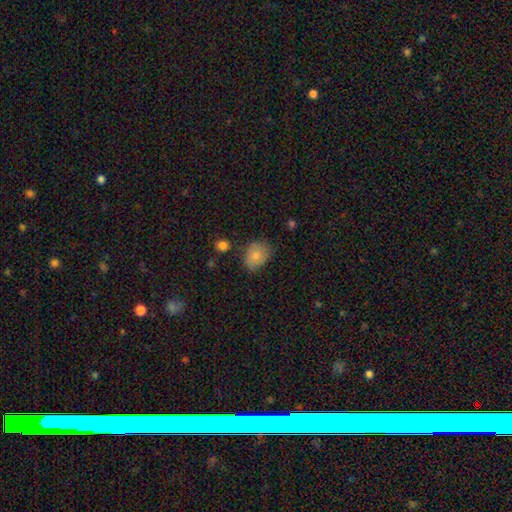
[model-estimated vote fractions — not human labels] Smooth or featured?
  - smooth: 78% *
  - featured or disk: 13%
  - star or artifact: 9%
How rounded?
  - in between: 54% *
  - round: 45%
  - cigar-shaped: 1%
Merging?
  - none: 59% *
  - minor disturbance: 30%
  - major disturbance: 8%
  - merger: 3%